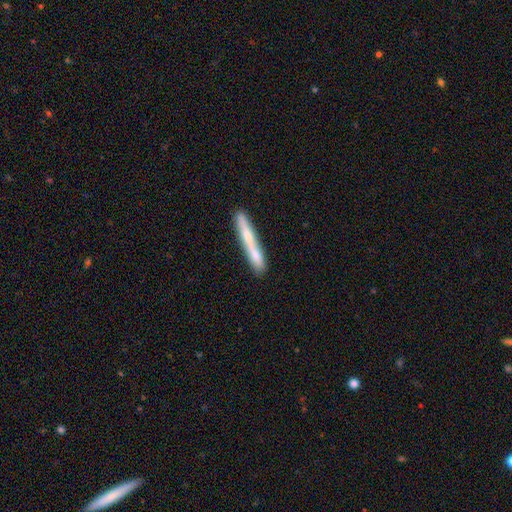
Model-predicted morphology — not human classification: This is likely a smooth galaxy (62%). How rounded: clearly cigar-shaped (91%). Merging: likely none (62%).